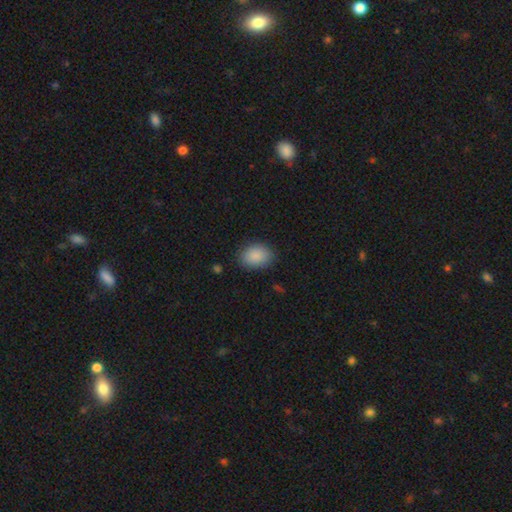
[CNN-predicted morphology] smooth-or-featured: smooth: 89% | star or artifact: 7% | featured or disk: 4%
  how-rounded: in between: 73% | round: 26% | cigar-shaped: 1%
  merging: none: 85% | minor disturbance: 11% | major disturbance: 3% | merger: 1%